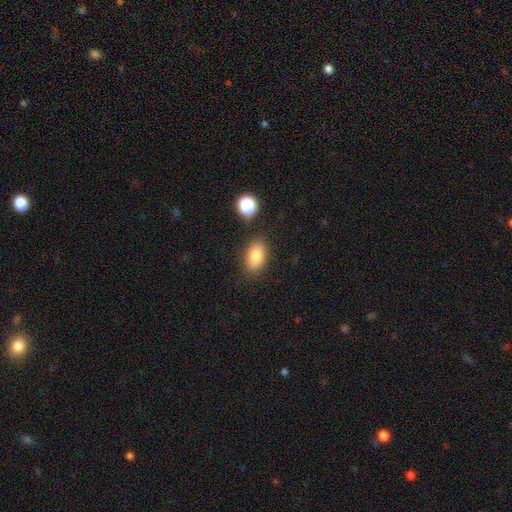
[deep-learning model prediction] smooth 83%, star or artifact 9%, featured or disk 8%. Down the decision tree: how rounded — in between (89%); merging — none (82%).